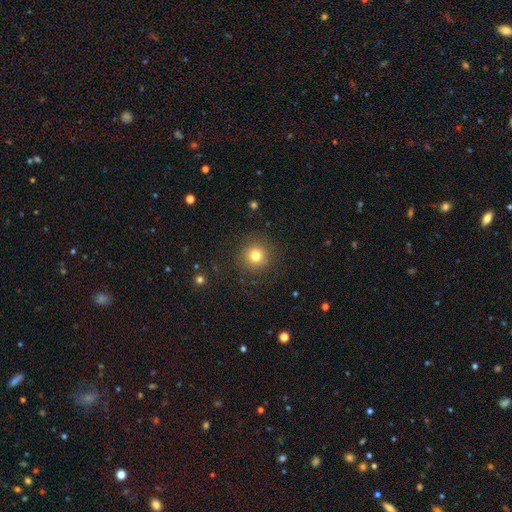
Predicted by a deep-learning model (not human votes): This appears to be a smooth galaxy with no disk features (78%) that is round (95%). Merging: none (89%).